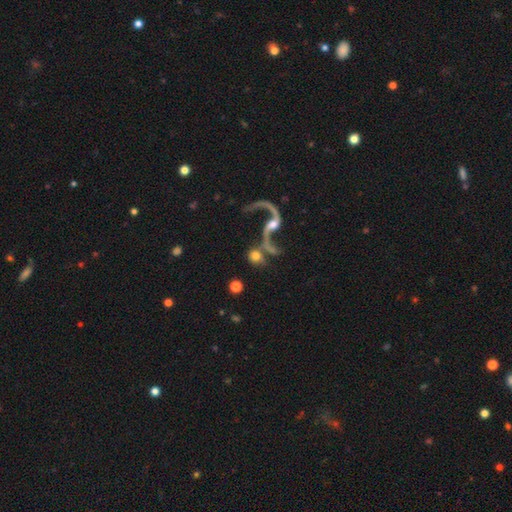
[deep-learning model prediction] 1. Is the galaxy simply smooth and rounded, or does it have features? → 48% smooth, 42% featured or disk, 10% star or artifact.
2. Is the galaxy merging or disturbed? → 53% none, 26% merger, 11% minor disturbance, 10% major disturbance.